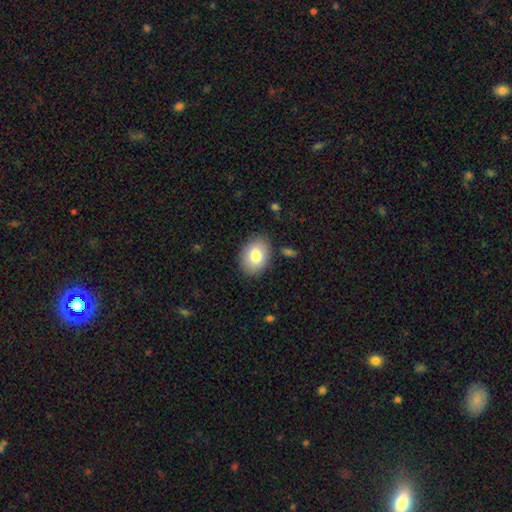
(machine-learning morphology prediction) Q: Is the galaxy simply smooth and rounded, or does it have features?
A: smooth — 80%.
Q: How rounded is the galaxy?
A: in between — 74%.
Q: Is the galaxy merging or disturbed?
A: none — 85%.